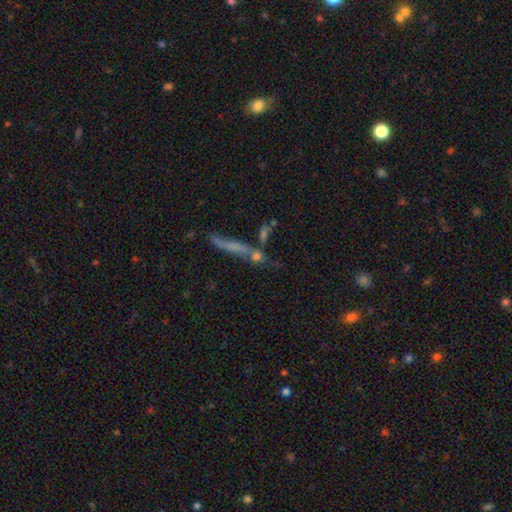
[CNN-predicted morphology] smooth_or_featured: smooth (p=0.43) [alt: featured or disk p=0.39]
merging: none (p=0.44) [alt: merger p=0.33]